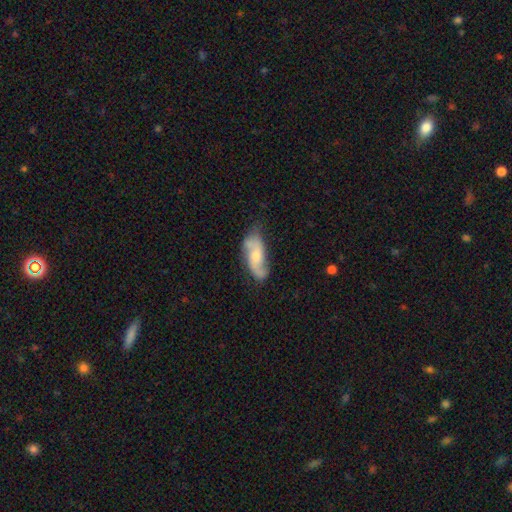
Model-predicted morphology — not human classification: Overall: featured or disk (62%; smooth 32%). Edge-on disk: no (90%). Bar: no (61%; weak 32%). Spiral arms: yes (89%). Bulge size: moderate (53%; small 36%). Merging: none (61%; minor disturbance 27%).